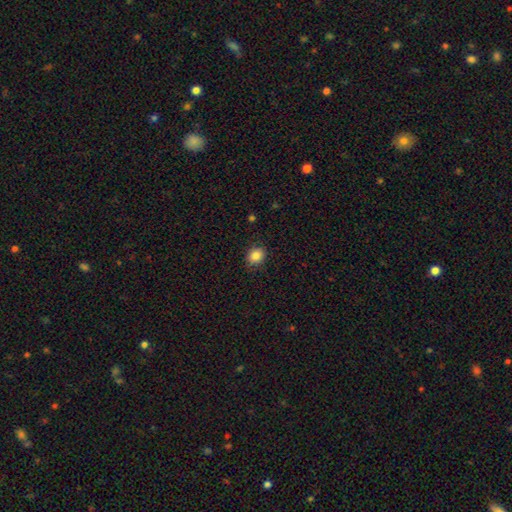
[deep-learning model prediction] Overall: smooth (85%). How rounded: round (60%; in between 39%). Merging: none (85%).